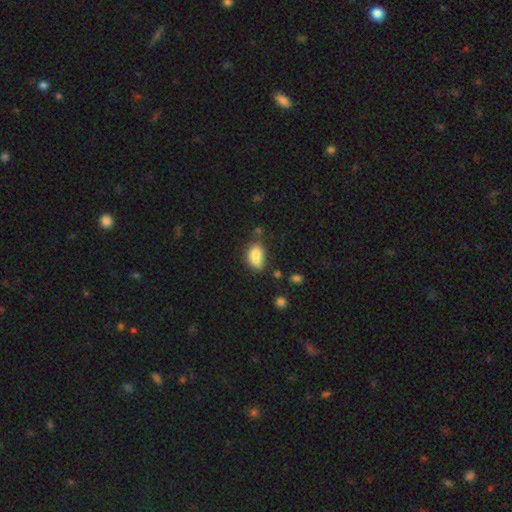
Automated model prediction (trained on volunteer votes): smooth-or-featured: smooth: 73% | featured or disk: 16% | star or artifact: 10%
  how-rounded: in between: 76% | round: 22% | cigar-shaped: 2%
  merging: merger: 43% | none: 31% | minor disturbance: 17% | major disturbance: 8%